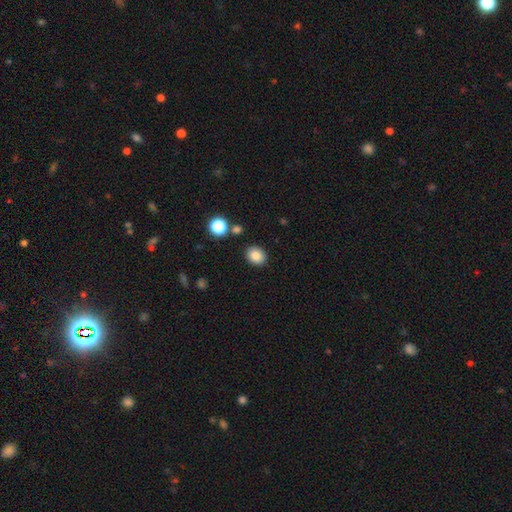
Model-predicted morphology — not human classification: Smooth or featured? Predicted: smooth (p=0.85). How rounded? Predicted: round (p=0.51). Merging? Predicted: none (p=0.87).